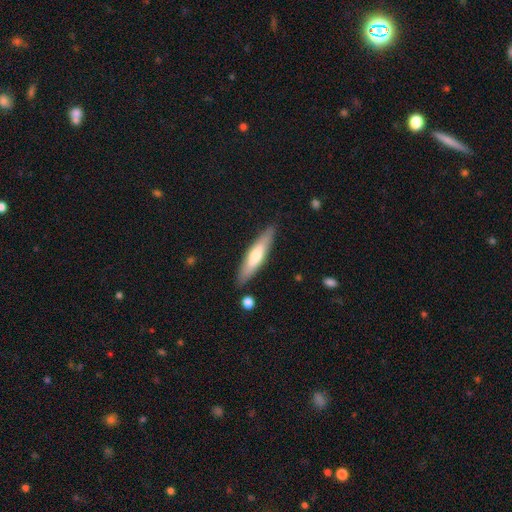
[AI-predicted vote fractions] smooth 56%, featured or disk 39%, star or artifact 5%. Down the decision tree: how rounded — cigar-shaped (81%); merging — none (86%).